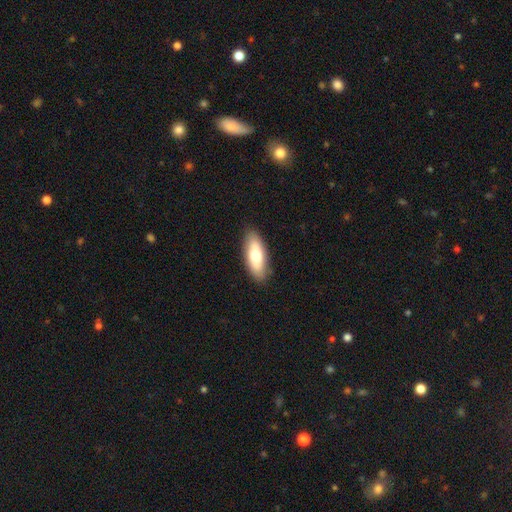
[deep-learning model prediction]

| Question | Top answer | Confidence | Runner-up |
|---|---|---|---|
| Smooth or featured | smooth | 71% | featured or disk (24%) |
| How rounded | in between | 73% | cigar-shaped (25%) |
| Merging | none | 87% | minor disturbance (10%) |